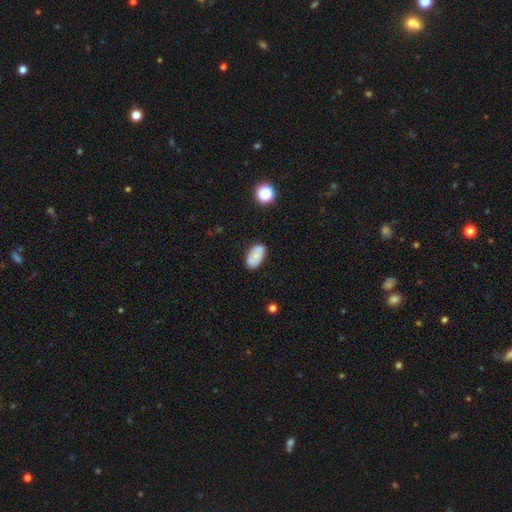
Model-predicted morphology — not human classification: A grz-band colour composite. It shows a smooth galaxy with no disk features (70%) that is in between round and cigar-shaped (92%). Merging: none (73%).